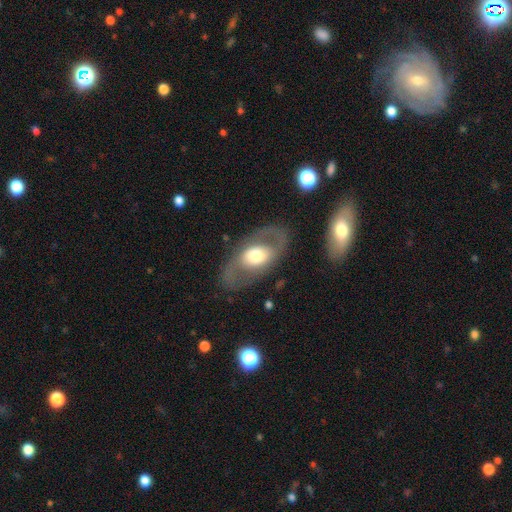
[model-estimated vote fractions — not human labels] A featured or disk galaxy (63%) with no bar (65%), no spiral arms (55%) and a moderate central bulge (51%).

Vote fractions:
- Smooth or featured? featured or disk: 63% / smooth: 31% / star or artifact: 6%
- Edge-on disk? no: 90% / yes: 10%
- Bar? no: 65% / weak: 23% / strong: 13%
- Spiral arms? no: 55% / yes: 45%
- Bulge size? moderate: 51% / large: 36% / small: 7% / dominant: 5% / none: 1%
- Merging? none: 78% / minor disturbance: 12% / major disturbance: 9% / merger: 2%